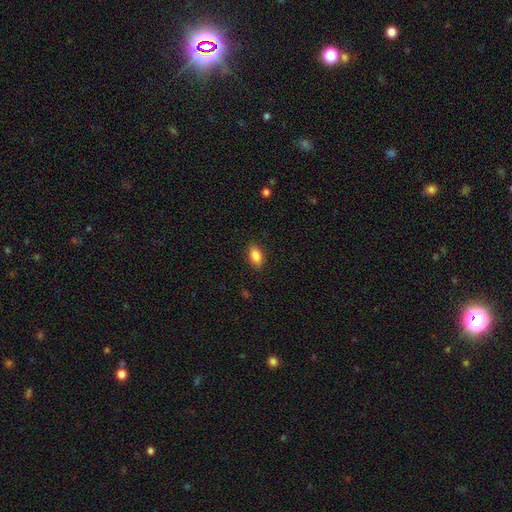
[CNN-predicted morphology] This is clearly a smooth galaxy (87%). How rounded: clearly in between (90%). Merging: clearly none (87%).